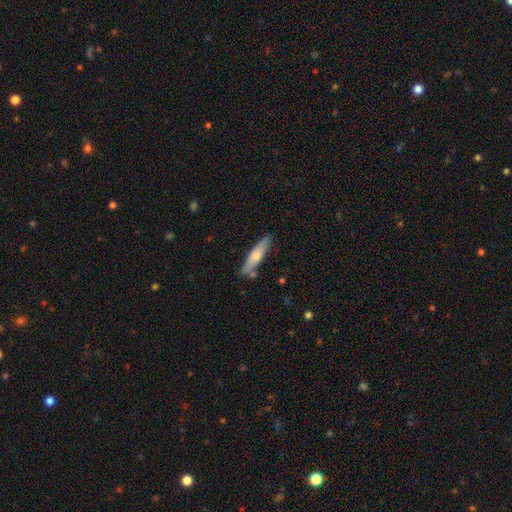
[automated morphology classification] A smooth galaxy with no disk features (57%) that is cigar-shaped (81%).

Vote fractions:
- Smooth or featured? smooth: 57% / featured or disk: 38% / star or artifact: 6%
- How rounded? cigar-shaped: 81% / in between: 18% / round: 2%
- Merging? none: 77% / minor disturbance: 14% / merger: 6% / major disturbance: 3%